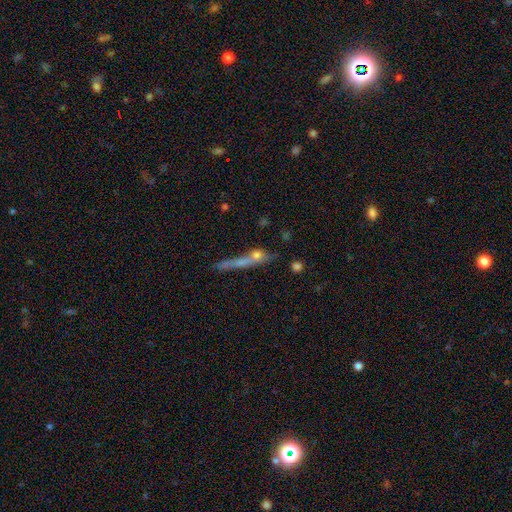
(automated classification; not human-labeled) Morphology: type=smooth (52%); roundness=cigar-shaped (57%); merging=none (42%).